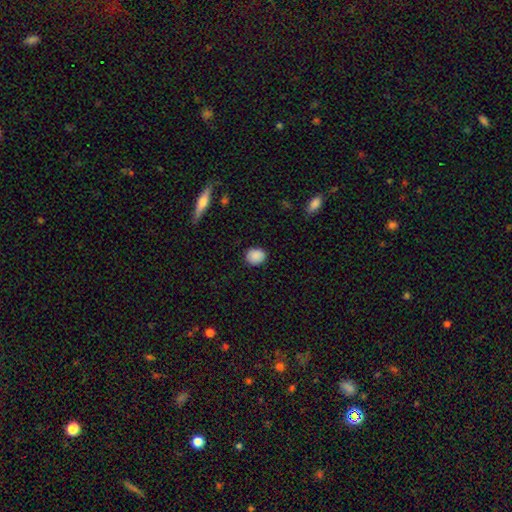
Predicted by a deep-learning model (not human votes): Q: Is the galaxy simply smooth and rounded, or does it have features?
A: smooth — 88%.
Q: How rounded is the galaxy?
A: round — 66%.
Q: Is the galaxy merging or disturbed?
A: none — 86%.